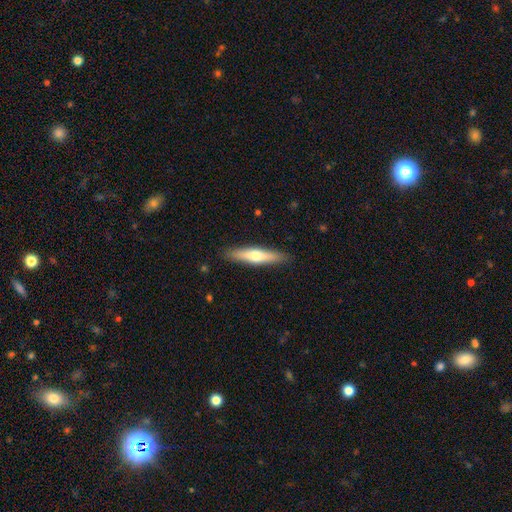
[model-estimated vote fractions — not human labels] Q: Smooth or featured?
A: smooth (53%); runner-up: featured or disk (42%)
Q: How rounded?
A: cigar-shaped (84%); runner-up: in between (14%)
Q: Merging?
A: none (90%); runner-up: minor disturbance (8%)